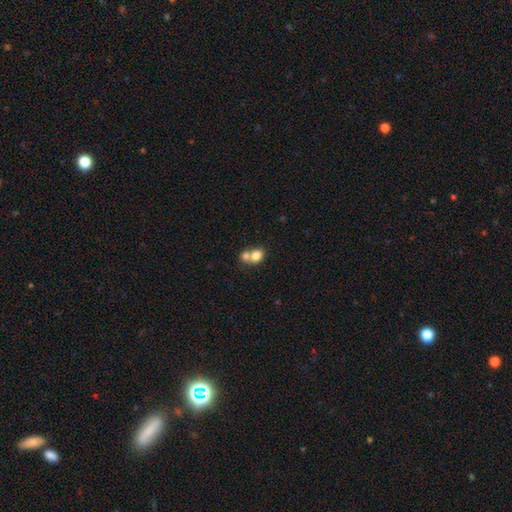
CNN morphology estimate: Smooth or featured?
  - smooth: 78% *
  - featured or disk: 13%
  - star or artifact: 9%
How rounded?
  - round: 54% *
  - in between: 45%
  - cigar-shaped: 1%
Merging?
  - merger: 61% *
  - none: 30%
  - minor disturbance: 6%
  - major disturbance: 3%